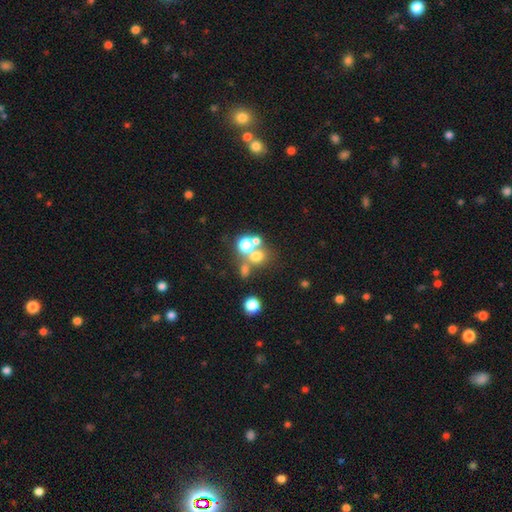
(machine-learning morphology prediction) A smooth galaxy with no disk features (62%) that is round (82%). Merging: none (49%).